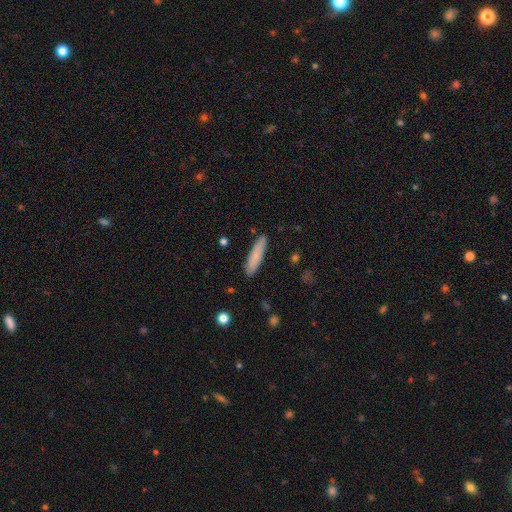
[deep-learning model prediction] This appears to be a smooth galaxy with no disk features (80%) that is cigar-shaped (82%). Merging: none (87%).